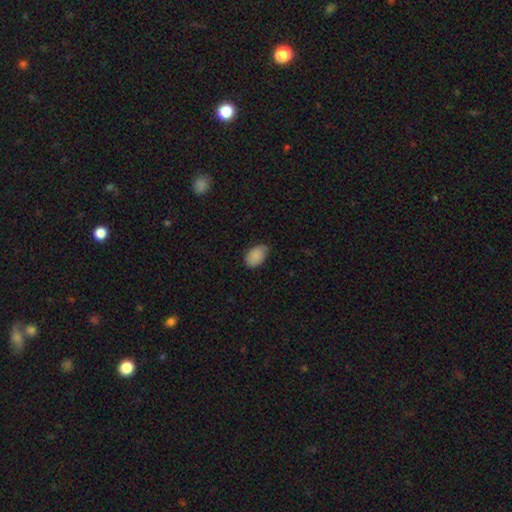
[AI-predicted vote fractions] smooth-or-featured: smooth: 87% | star or artifact: 7% | featured or disk: 6%
  how-rounded: in between: 88% | round: 11% | cigar-shaped: 1%
  merging: none: 65% | minor disturbance: 30% | major disturbance: 4% | merger: 1%